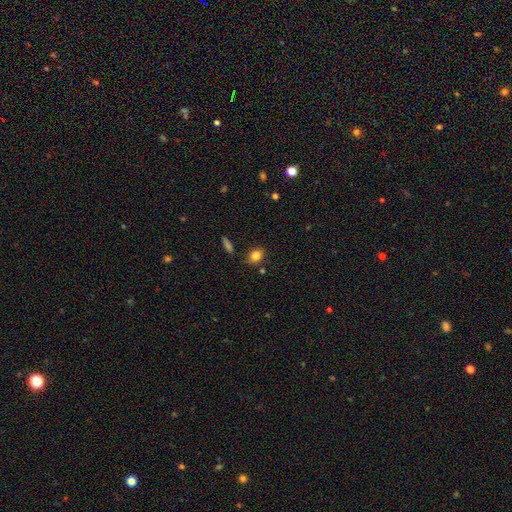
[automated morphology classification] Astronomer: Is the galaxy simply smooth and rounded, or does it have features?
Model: smooth — 83%.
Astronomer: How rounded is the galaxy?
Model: in between — 60% (runner-up: round, 38%).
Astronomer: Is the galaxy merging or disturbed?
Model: none — 80%.